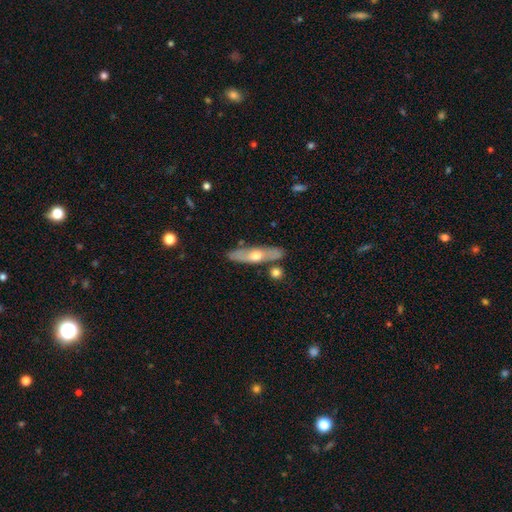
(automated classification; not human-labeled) Overall: featured or disk (59%; smooth 35%). Edge-on disk: yes (65%; no 35%). Merging: none (79%).